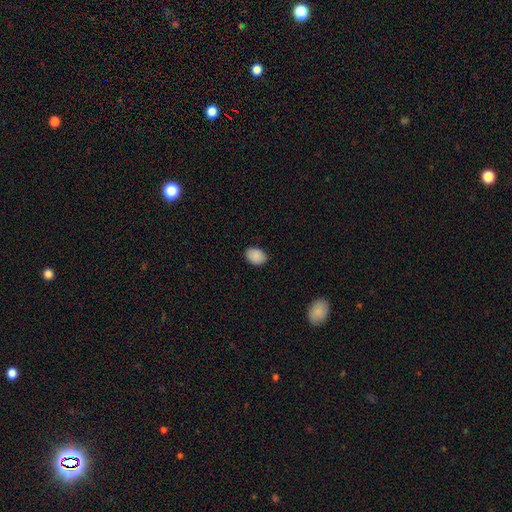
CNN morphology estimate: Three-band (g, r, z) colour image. It shows a smooth galaxy with no disk features (89%) that is in between round and cigar-shaped (77%). Merging: none (87%).